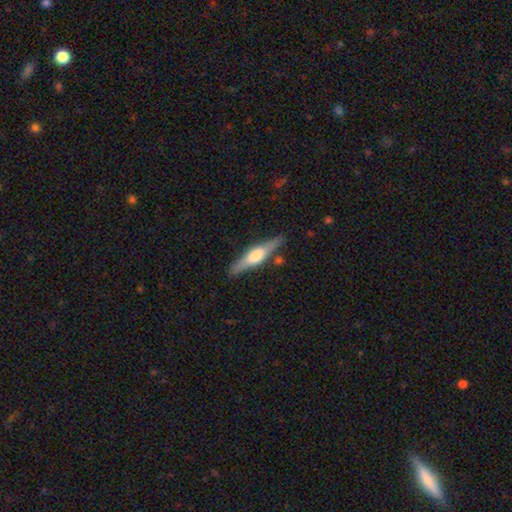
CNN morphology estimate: smooth_or_featured: featured or disk (p=0.66) [alt: smooth p=0.29]
disk_edge_on: yes (p=0.96) [alt: no p=0.04]
edge_on_bulge: rounded (p=0.86) [alt: boxy p=0.11]
merging: none (p=0.85) [alt: minor disturbance p=0.11]